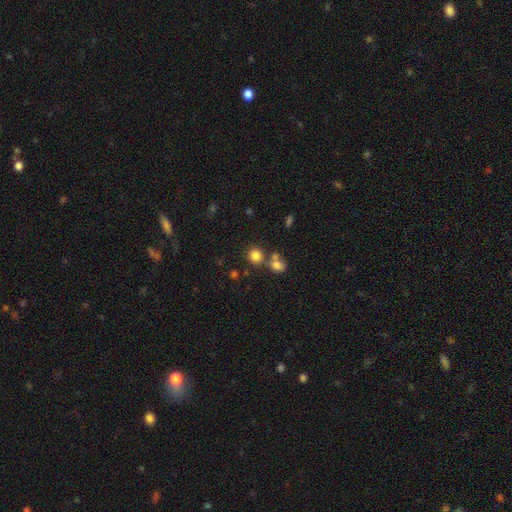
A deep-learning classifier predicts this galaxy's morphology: smooth-or-featured: smooth: 80% | star or artifact: 13% | featured or disk: 7%
  how-rounded: round: 87% | in between: 12% | cigar-shaped: 1%
  merging: none: 65% | merger: 23% | minor disturbance: 8% | major disturbance: 4%